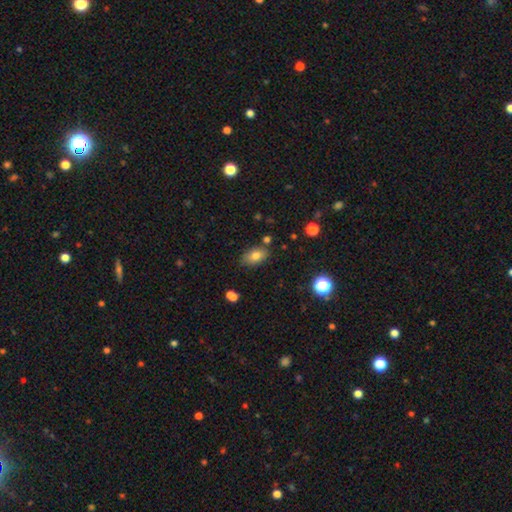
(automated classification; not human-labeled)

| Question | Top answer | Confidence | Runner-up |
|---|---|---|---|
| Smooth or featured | smooth | 78% | featured or disk (12%) |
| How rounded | in between | 88% | round (10%) |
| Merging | none | 79% | minor disturbance (13%) |